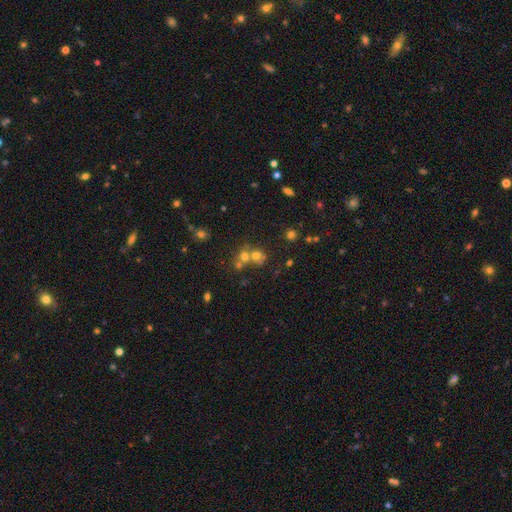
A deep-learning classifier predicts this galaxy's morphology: Overall: smooth (55%; star or artifact 25%). How rounded: round (74%). Merging: merger (51%; none 36%).